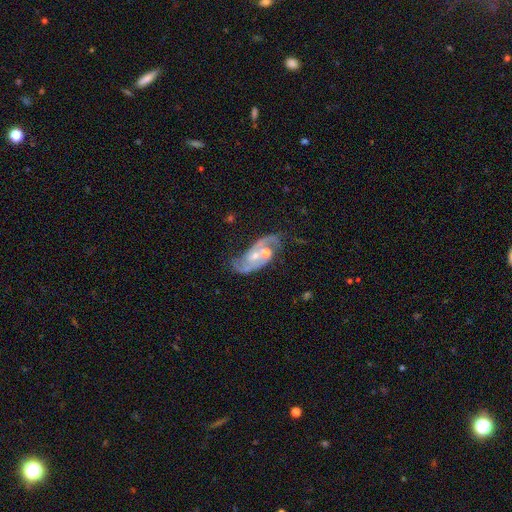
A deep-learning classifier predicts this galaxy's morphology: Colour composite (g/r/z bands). It shows a featured or disk galaxy (82%) with no bar (66%), 2 (85%) medium (45%) spiral arms (90%) and a moderate central bulge (60%). Merging: none (42%).